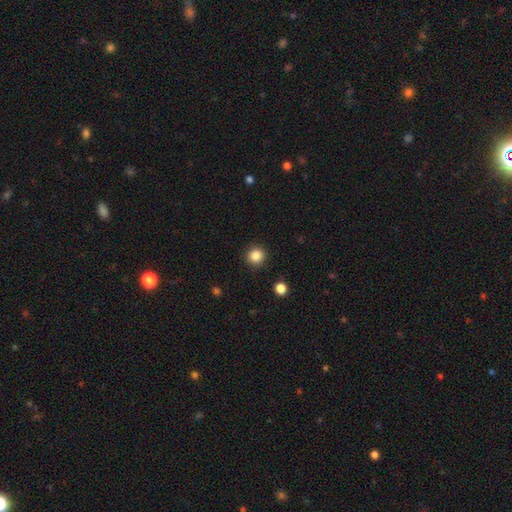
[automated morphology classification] smooth_or_featured: smooth (p=0.86) [alt: star or artifact p=0.11]
how_rounded: round (p=0.93) [alt: in between p=0.06]
merging: none (p=0.92) [alt: minor disturbance p=0.05]